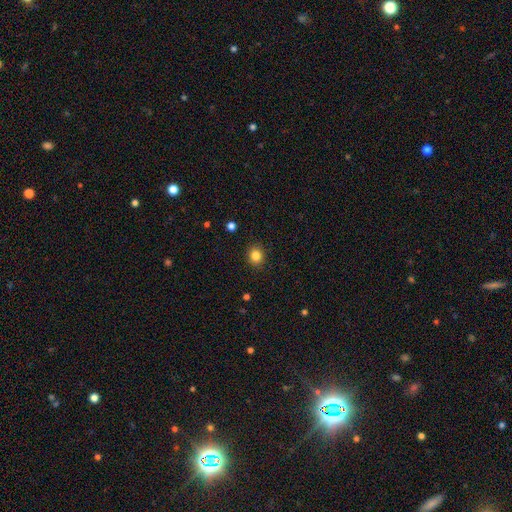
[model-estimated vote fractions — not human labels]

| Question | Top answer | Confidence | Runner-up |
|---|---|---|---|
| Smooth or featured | smooth | 84% | star or artifact (11%) |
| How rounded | round | 75% | in between (25%) |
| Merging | none | 90% | minor disturbance (7%) |